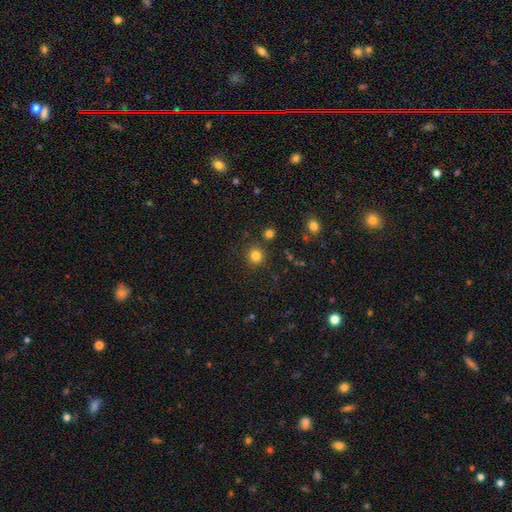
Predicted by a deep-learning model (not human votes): The model was most divided on "smooth or featured": smooth: 81%, star or artifact: 14%, featured or disk: 5%. More confident: how rounded — round (92%); merging — none (88%).